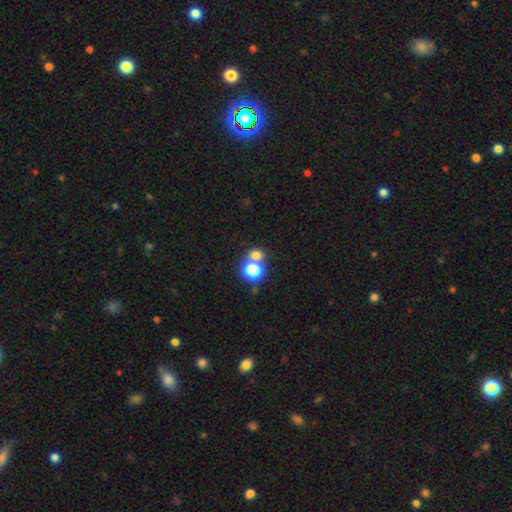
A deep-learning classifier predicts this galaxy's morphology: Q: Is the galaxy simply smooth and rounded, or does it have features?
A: smooth — 67%.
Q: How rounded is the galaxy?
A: round — 80%.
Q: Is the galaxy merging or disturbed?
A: none — 52%.